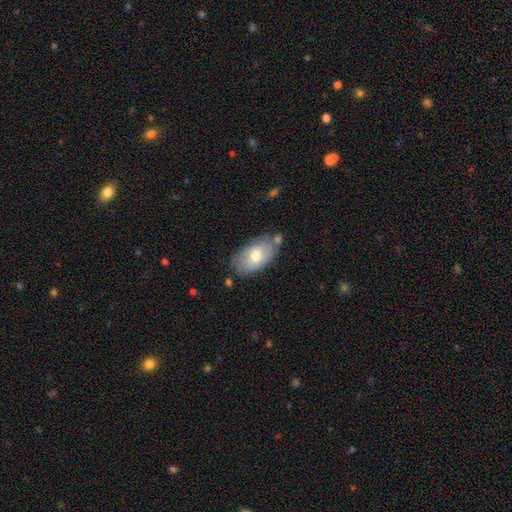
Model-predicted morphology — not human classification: smooth_or_featured: smooth (p=0.59) [alt: featured or disk p=0.35]
how_rounded: in between (p=0.93) [alt: round p=0.04]
merging: none (p=0.66) [alt: minor disturbance p=0.21]